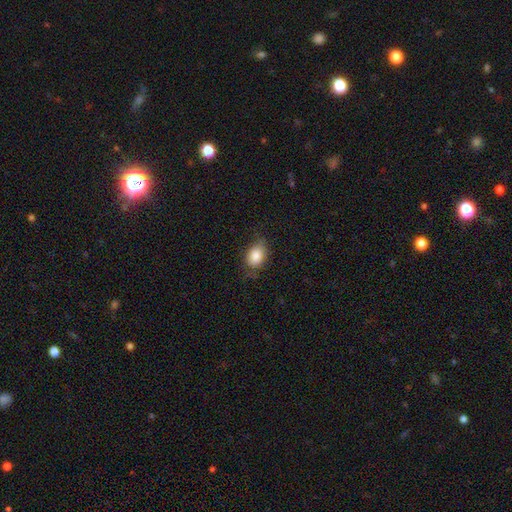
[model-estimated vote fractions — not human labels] Smooth or featured?
  - smooth: 84% *
  - featured or disk: 9%
  - star or artifact: 8%
How rounded?
  - in between: 76% *
  - round: 22%
  - cigar-shaped: 1%
Merging?
  - none: 68% *
  - minor disturbance: 24%
  - major disturbance: 7%
  - merger: 1%